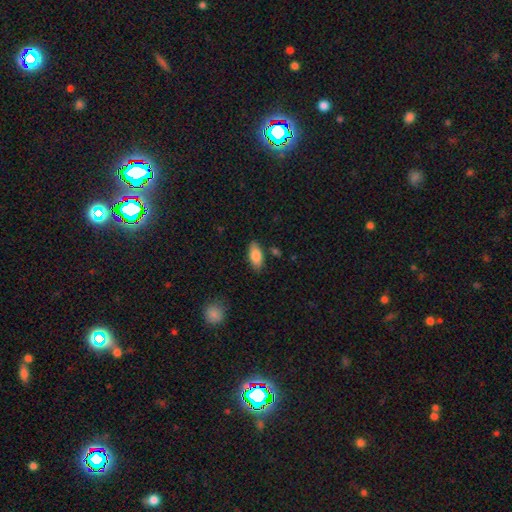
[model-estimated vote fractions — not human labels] Smooth or featured: smooth — 85% (featured or disk — 9%)
How rounded: in between — 88% (cigar-shaped — 9%)
Merging: none — 82% (minor disturbance — 12%)